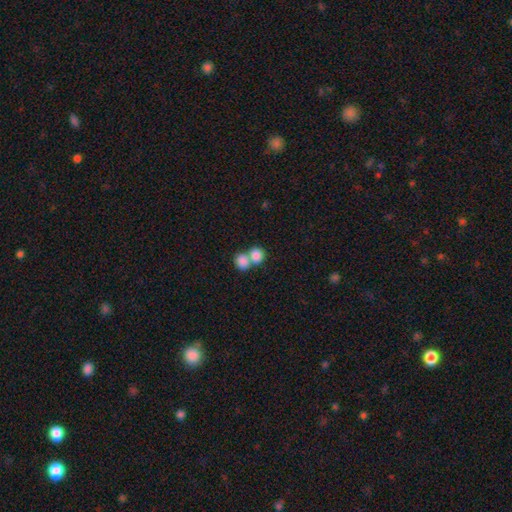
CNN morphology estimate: type=smooth (84%); roundness=round (69%); merging=merger (60%).